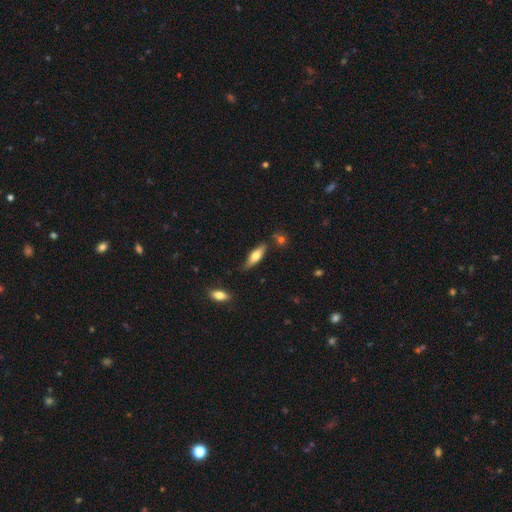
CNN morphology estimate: smooth_or_featured: smooth (p=0.64) [alt: featured or disk p=0.30]
how_rounded: cigar-shaped (p=0.51) [alt: in between p=0.47]
merging: none (p=0.78) [alt: minor disturbance p=0.15]